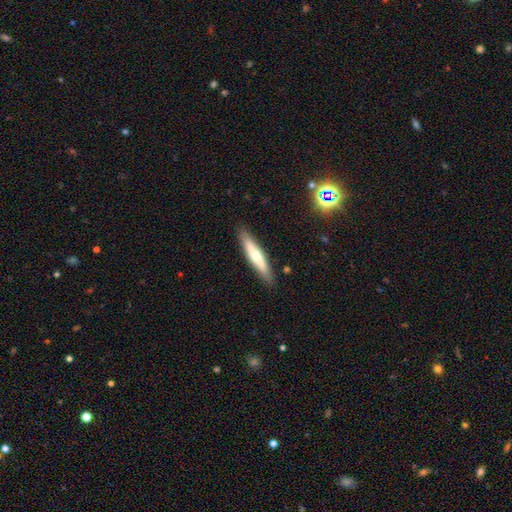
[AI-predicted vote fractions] Morphology: type=smooth (53%); roundness=cigar-shaped (83%); merging=none (88%).